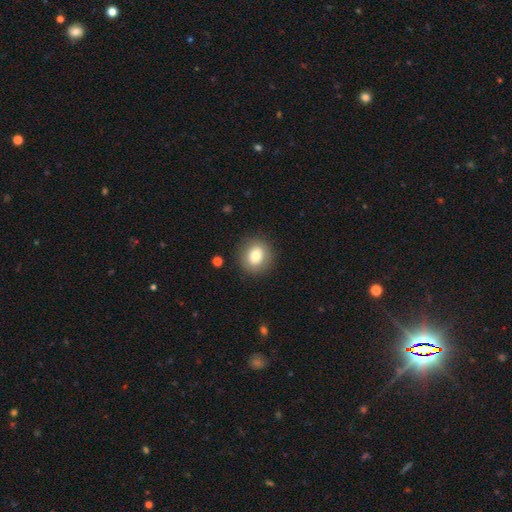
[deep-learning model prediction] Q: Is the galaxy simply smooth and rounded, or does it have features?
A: smooth — 78%.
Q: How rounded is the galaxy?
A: round — 80%.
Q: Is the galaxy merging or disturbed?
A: none — 88%.